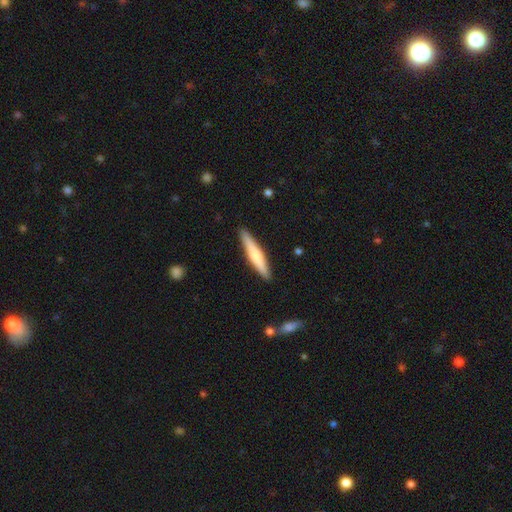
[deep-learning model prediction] smooth_or_featured: smooth (p=0.58) [alt: featured or disk p=0.37]
how_rounded: cigar-shaped (p=0.92) [alt: in between p=0.07]
merging: none (p=0.90) [alt: minor disturbance p=0.07]